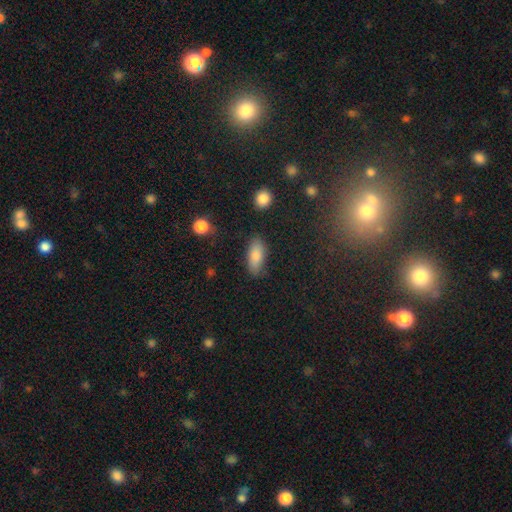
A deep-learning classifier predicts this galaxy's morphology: This is clearly a smooth galaxy (84%). How rounded: clearly in between (85%). Merging: likely none (77%).